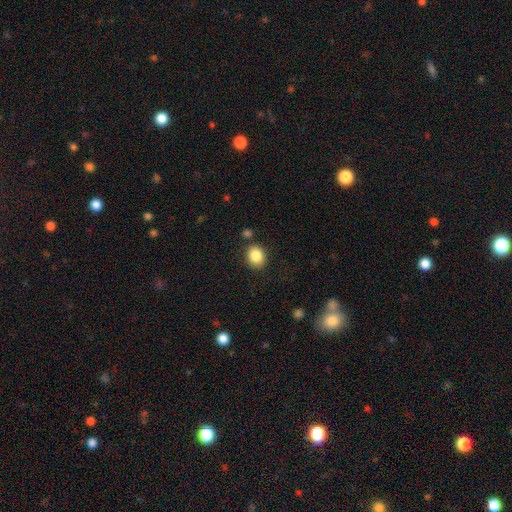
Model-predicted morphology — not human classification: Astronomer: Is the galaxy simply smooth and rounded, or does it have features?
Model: smooth — 86%.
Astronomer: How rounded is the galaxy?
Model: round — 66%.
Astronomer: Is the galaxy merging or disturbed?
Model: none — 83%.